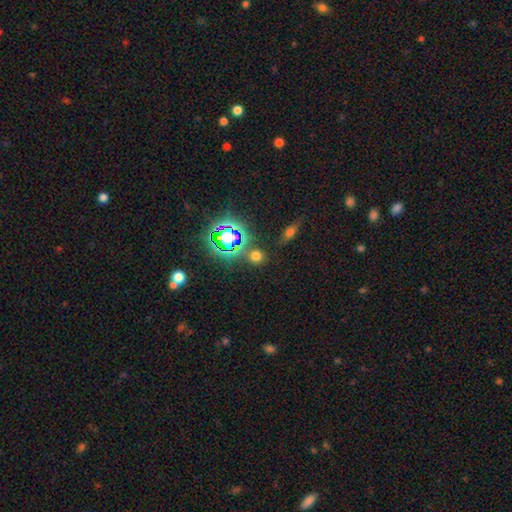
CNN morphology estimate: smooth_or_featured: smooth (p=0.58) [alt: star or artifact p=0.35]
how_rounded: round (p=0.85) [alt: in between p=0.14]
merging: none (p=0.79) [alt: merger p=0.09]